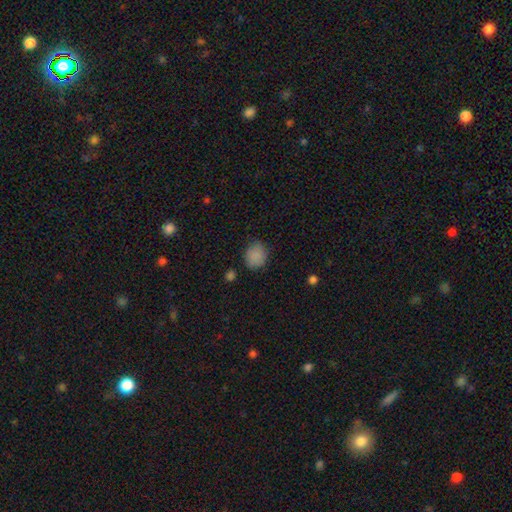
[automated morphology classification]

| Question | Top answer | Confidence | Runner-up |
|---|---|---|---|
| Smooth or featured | smooth | 86% | star or artifact (10%) |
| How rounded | round | 71% | in between (28%) |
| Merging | none | 80% | minor disturbance (15%) |